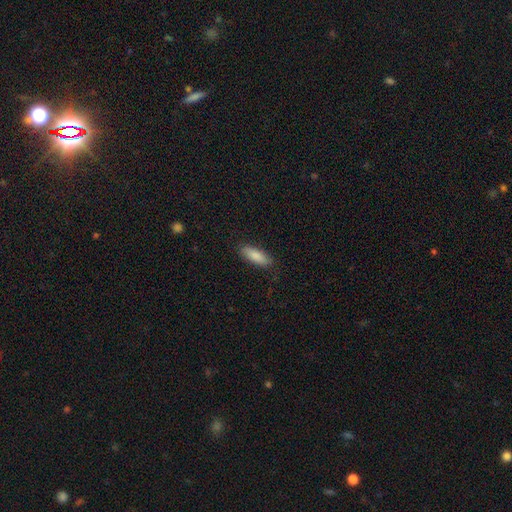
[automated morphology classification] Smooth or featured: smooth — 88% (featured or disk — 6%)
How rounded: in between — 62% (cigar-shaped — 37%)
Merging: none — 85% (minor disturbance — 11%)